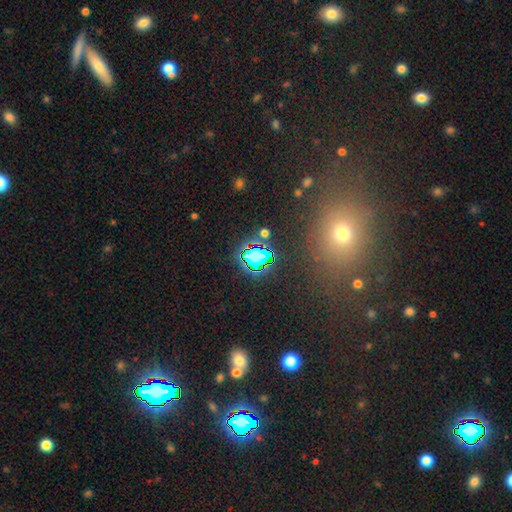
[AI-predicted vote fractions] star or artifact 63%, smooth 27%, featured or disk 10%.